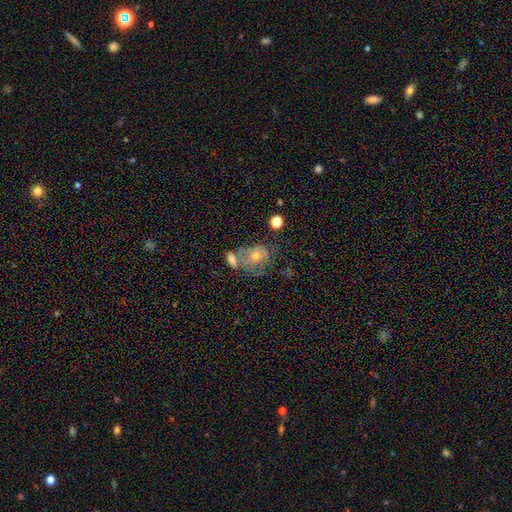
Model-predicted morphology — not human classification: Overall: featured or disk (46%; smooth 34%). Merging: none (52%; merger 23%).